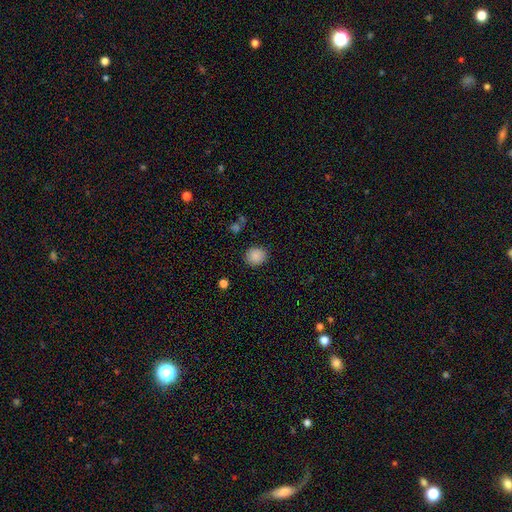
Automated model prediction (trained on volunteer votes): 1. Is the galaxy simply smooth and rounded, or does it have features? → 88% smooth, 9% star or artifact, 3% featured or disk.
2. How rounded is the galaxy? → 80% round, 19% in between, 1% cigar-shaped.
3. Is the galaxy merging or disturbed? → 87% none, 9% minor disturbance, 3% major disturbance, 2% merger.